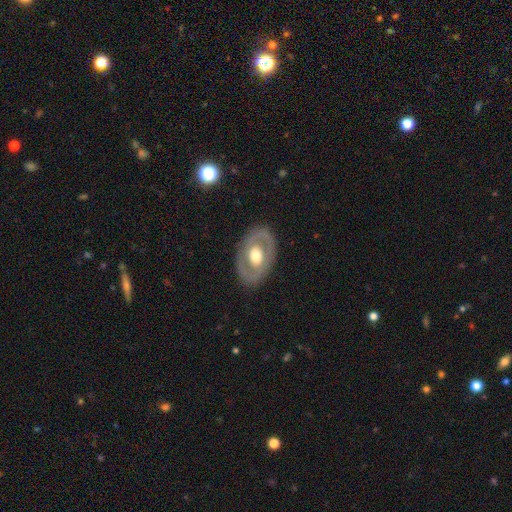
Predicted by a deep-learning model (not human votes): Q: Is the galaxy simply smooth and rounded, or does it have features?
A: featured or disk — 63%.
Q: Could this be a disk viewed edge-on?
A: no — 92%.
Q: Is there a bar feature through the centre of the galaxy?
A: no — 72%.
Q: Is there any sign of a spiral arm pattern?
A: no — 71%.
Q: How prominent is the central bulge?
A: moderate — 64%.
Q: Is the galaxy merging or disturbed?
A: none — 84%.